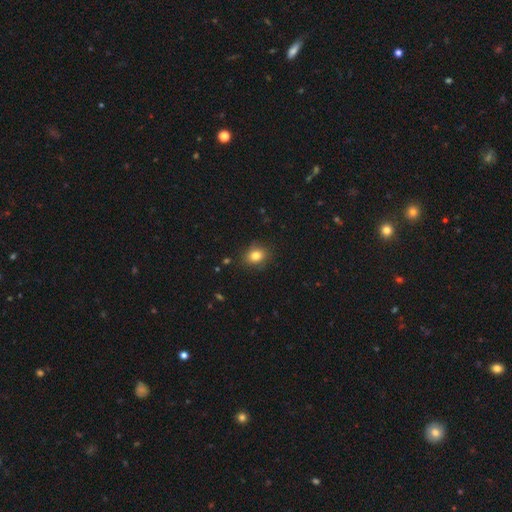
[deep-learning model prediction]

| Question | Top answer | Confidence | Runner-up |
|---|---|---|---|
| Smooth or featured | smooth | 83% | star or artifact (11%) |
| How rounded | round | 50% | in between (49%) |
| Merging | none | 83% | minor disturbance (12%) |